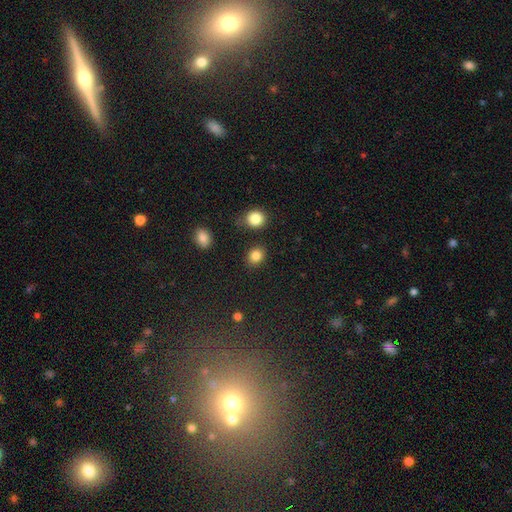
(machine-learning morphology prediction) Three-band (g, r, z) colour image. It shows a smooth galaxy with no disk features (85%) that is round (66%). Merging: none (86%).